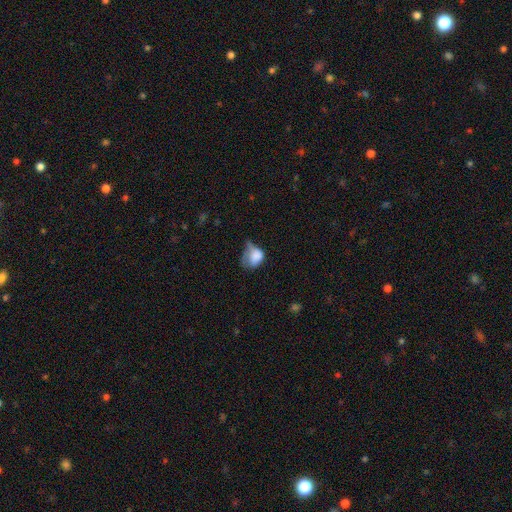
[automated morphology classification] Overall: smooth (72%). How rounded: in between (60%; round 38%). Merging: major disturbance (40%; minor disturbance 31%).